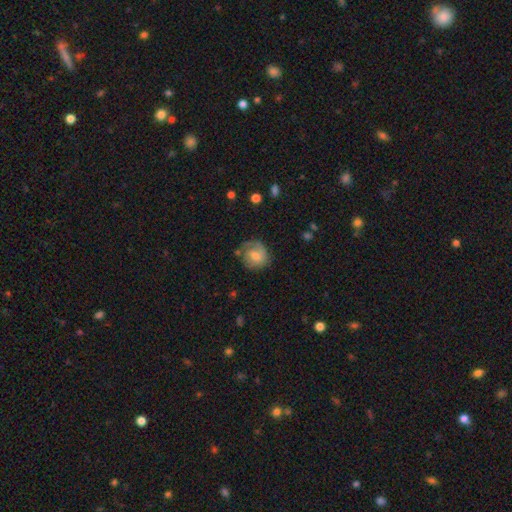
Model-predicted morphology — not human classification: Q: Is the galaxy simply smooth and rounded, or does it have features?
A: featured or disk — 48%.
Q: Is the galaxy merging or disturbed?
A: none — 62%.